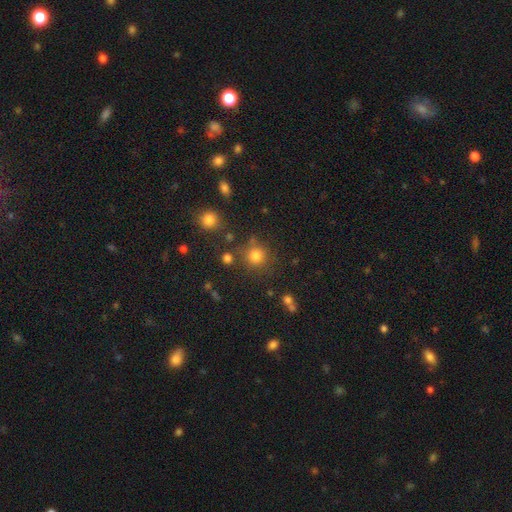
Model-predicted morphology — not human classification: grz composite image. It shows a smooth galaxy with no disk features (78%) that is round (92%). Merging: none (79%).